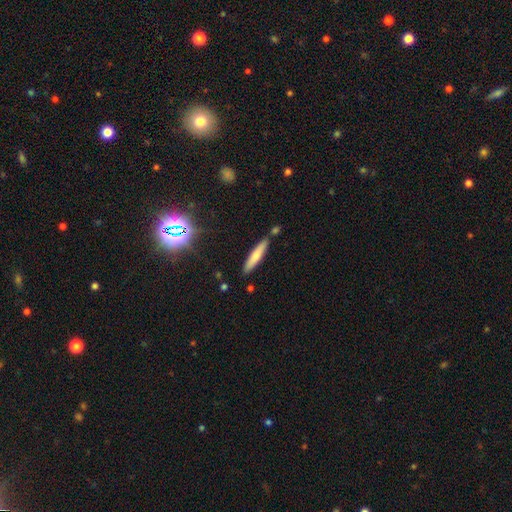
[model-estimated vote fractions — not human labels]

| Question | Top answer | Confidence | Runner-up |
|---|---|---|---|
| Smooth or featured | smooth | 67% | featured or disk (26%) |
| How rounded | cigar-shaped | 88% | in between (10%) |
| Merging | none | 82% | minor disturbance (11%) |